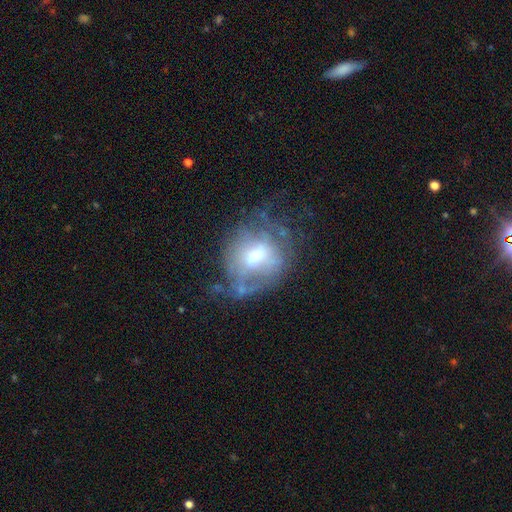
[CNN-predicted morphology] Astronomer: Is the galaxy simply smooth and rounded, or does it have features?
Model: featured or disk — 57% (runner-up: smooth, 33%).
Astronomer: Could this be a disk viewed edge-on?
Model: no — 95%.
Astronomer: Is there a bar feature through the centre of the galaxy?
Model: no — 48% (runner-up: weak, 41%).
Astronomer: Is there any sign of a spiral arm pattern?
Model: no — 53% (runner-up: yes, 47%).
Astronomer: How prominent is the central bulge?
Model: moderate — 57%.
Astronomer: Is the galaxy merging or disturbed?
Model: none — 43% (runner-up: major disturbance, 27%).